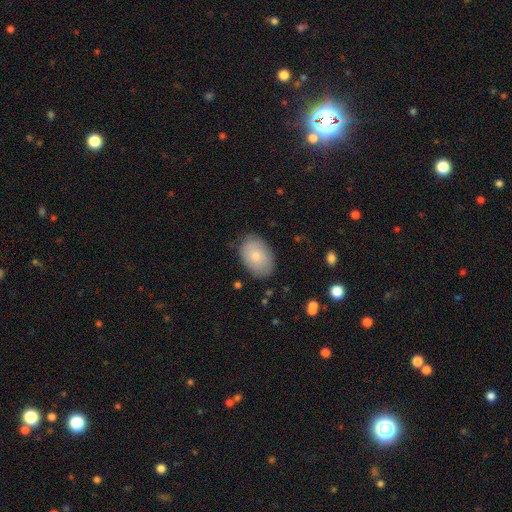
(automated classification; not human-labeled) Overall: smooth (80%). How rounded: in between (87%). Merging: none (82%).